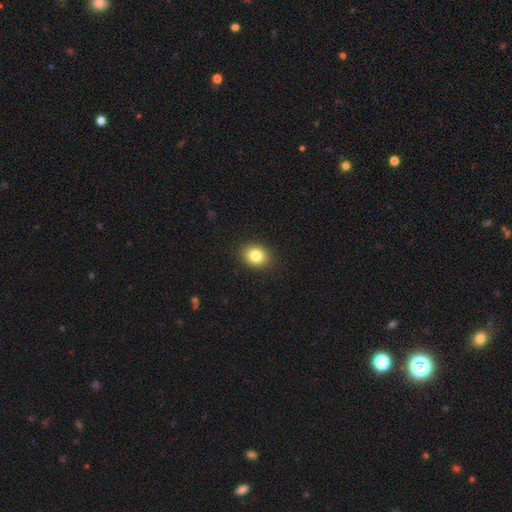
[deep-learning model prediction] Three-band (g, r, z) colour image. It shows a smooth galaxy with no disk features (83%) that is round (51%). Merging: none (90%).